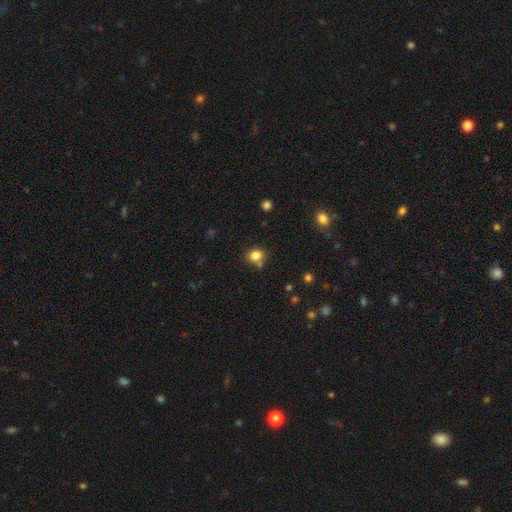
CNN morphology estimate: smooth-or-featured: smooth: 82% | star or artifact: 12% | featured or disk: 6%
  how-rounded: round: 71% | in between: 29% | cigar-shaped: 1%
  merging: none: 70% | merger: 13% | minor disturbance: 13% | major disturbance: 4%